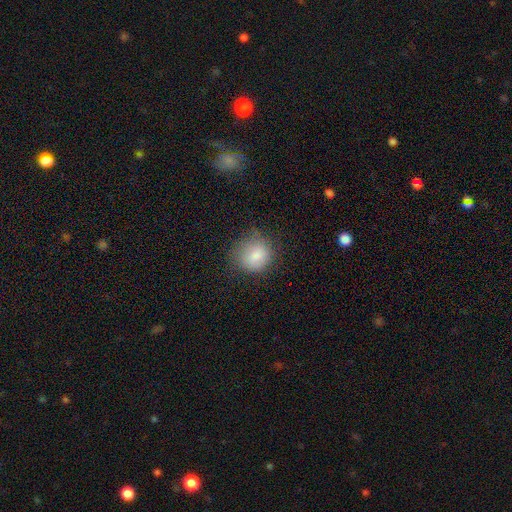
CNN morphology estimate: smooth_or_featured: smooth (p=0.84) [alt: star or artifact p=0.09]
how_rounded: round (p=0.80) [alt: in between p=0.19]
merging: none (p=0.65) [alt: minor disturbance p=0.25]